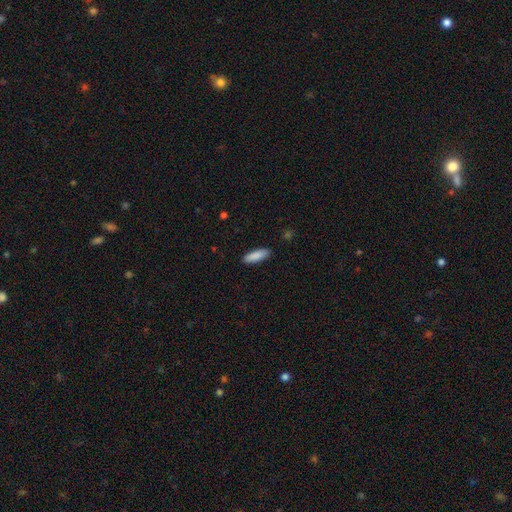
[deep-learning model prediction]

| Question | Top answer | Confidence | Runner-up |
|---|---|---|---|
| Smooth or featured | smooth | 89% | featured or disk (6%) |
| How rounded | cigar-shaped | 52% | in between (46%) |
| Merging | none | 89% | minor disturbance (8%) |